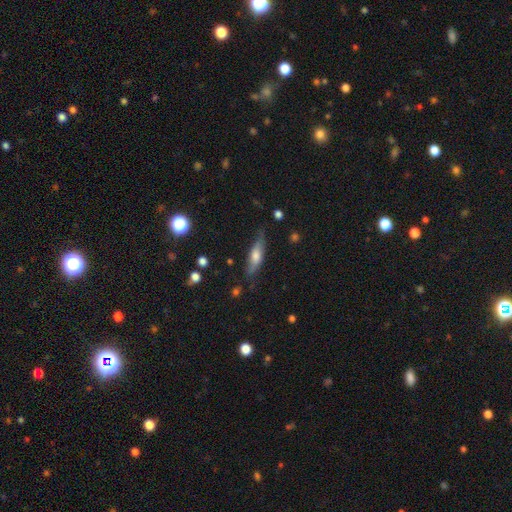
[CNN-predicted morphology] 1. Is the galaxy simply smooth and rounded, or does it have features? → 51% smooth, 42% featured or disk, 7% star or artifact.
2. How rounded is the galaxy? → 59% cigar-shaped, 39% in between, 3% round.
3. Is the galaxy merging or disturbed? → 72% none, 21% minor disturbance, 5% major disturbance, 2% merger.